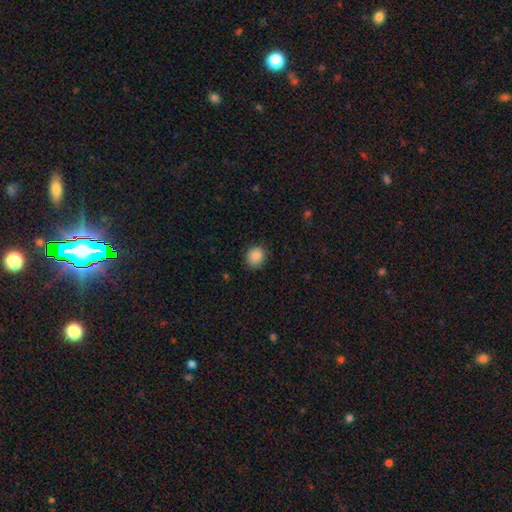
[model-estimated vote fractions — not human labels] A smooth galaxy with no disk features (88%) that is round (77%). Merging: none (86%).